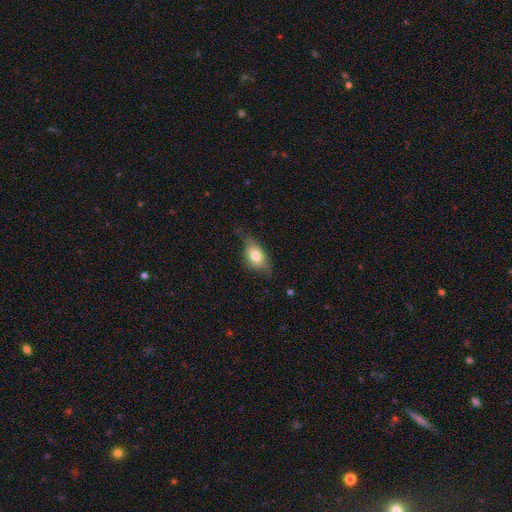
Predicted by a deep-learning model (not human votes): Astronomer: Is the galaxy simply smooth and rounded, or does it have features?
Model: smooth — 71%.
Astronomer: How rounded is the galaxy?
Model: in between — 85%.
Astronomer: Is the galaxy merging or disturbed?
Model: none — 55% (runner-up: minor disturbance, 34%).